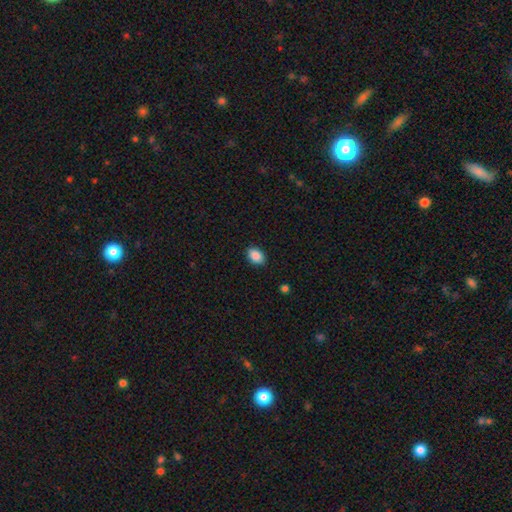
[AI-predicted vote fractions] smooth 88%, star or artifact 8%, featured or disk 4%. Down the decision tree: how rounded — in between (82%); merging — none (86%).